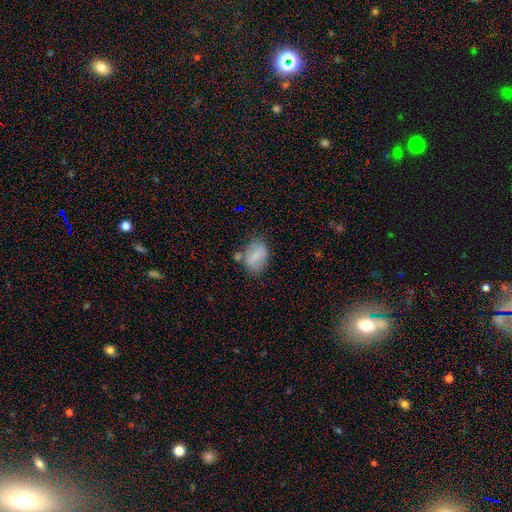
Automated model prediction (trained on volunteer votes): Smooth or featured? smooth (75%)
How rounded? in between (82%)
Merging? none (56%)